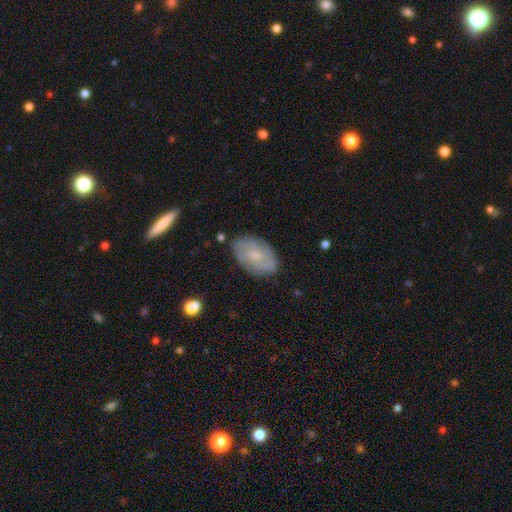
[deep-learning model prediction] The model was most divided on "smooth or featured": featured or disk: 55%, smooth: 38%, star or artifact: 7%. More confident: edge-on disk — no (94%); merging — none (80%); spiral arms — yes (80%); bulge size — small (70%); bar — no (65%).